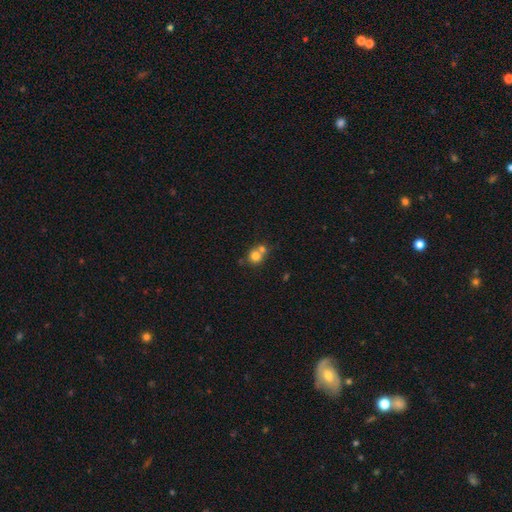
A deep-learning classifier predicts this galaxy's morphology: Smooth or featured?
  - smooth: 75% *
  - featured or disk: 13%
  - star or artifact: 12%
How rounded?
  - round: 84% *
  - in between: 15%
  - cigar-shaped: 1%
Merging?
  - merger: 50% *
  - none: 40%
  - minor disturbance: 7%
  - major disturbance: 3%